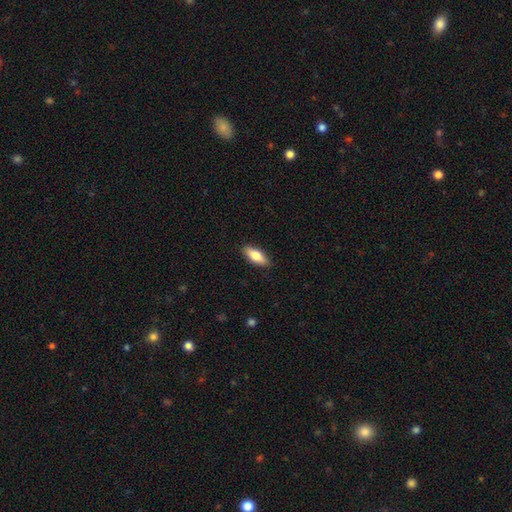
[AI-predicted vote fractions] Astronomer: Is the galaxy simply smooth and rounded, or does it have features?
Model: smooth — 78%.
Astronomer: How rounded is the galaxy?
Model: in between — 72%.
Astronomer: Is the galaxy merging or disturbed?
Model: none — 89%.